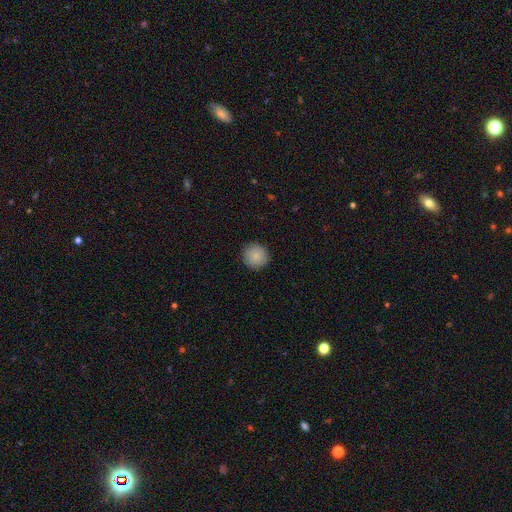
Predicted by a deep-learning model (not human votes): smooth-or-featured: smooth: 86% | star or artifact: 8% | featured or disk: 6%
  how-rounded: round: 94% | in between: 5% | cigar-shaped: 1%
  merging: none: 90% | minor disturbance: 7% | major disturbance: 2% | merger: 1%